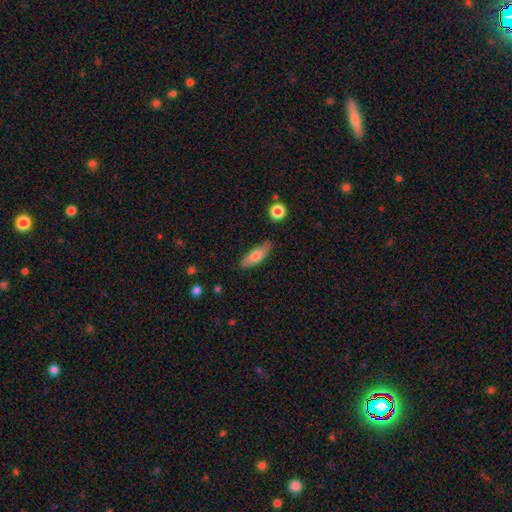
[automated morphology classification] type=smooth (75%); roundness=in between (59%); merging=none (76%).